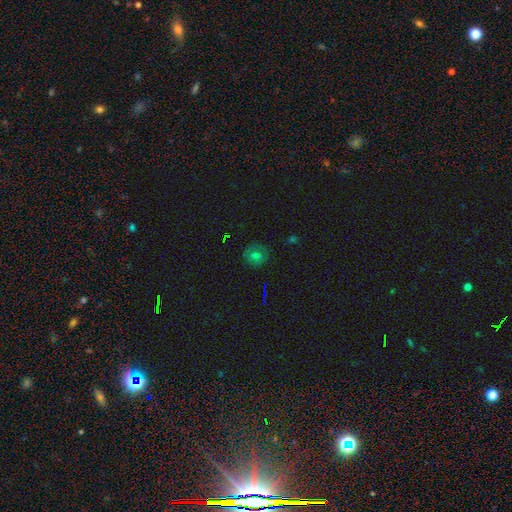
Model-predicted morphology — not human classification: smooth-or-featured: smooth: 55% | star or artifact: 26% | featured or disk: 19%
  how-rounded: round: 78% | in between: 21% | cigar-shaped: 1%
  merging: none: 80% | minor disturbance: 14% | major disturbance: 5% | merger: 1%